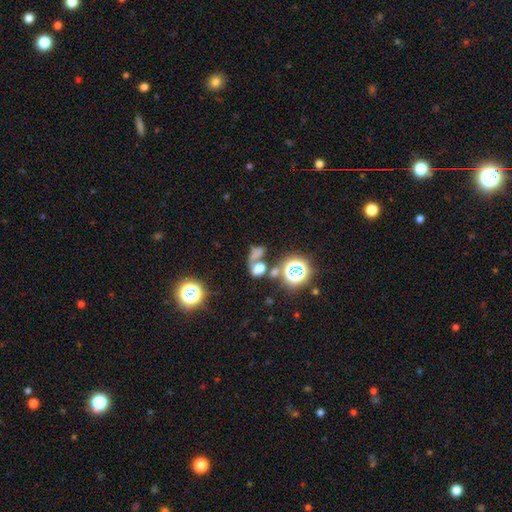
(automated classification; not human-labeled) A smooth galaxy with no disk features (47%).

Vote fractions:
- Smooth or featured? smooth: 47% / star or artifact: 32% / featured or disk: 21%
- Merging? merger: 40% / none: 27% / major disturbance: 21% / minor disturbance: 12%